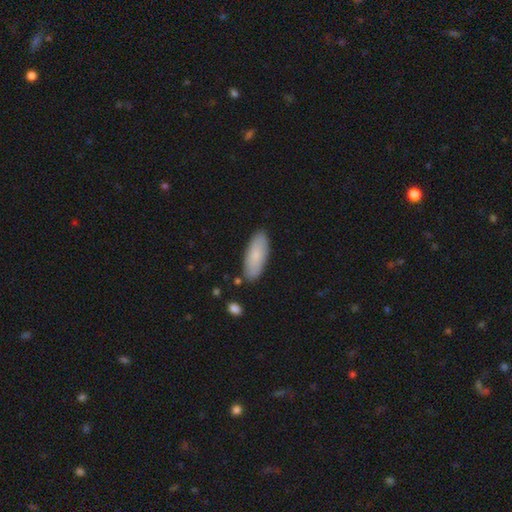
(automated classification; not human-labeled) A smooth galaxy with no disk features (80%) that is in between round and cigar-shaped (76%). Merging: none (85%).